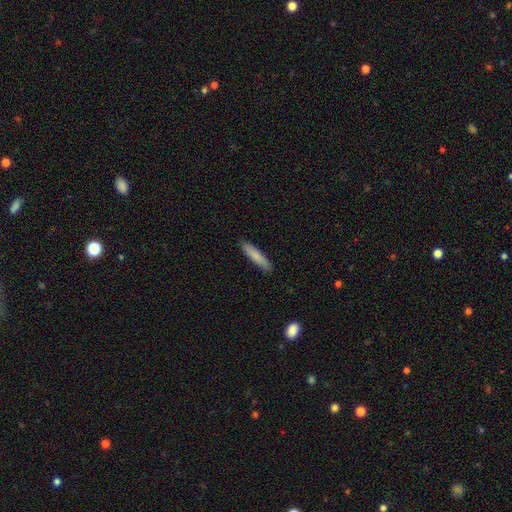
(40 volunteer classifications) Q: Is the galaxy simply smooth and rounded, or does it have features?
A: smooth — 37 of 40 (92%).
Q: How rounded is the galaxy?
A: cigar-shaped — 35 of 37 (95%).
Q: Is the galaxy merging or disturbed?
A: none — 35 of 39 (90%).